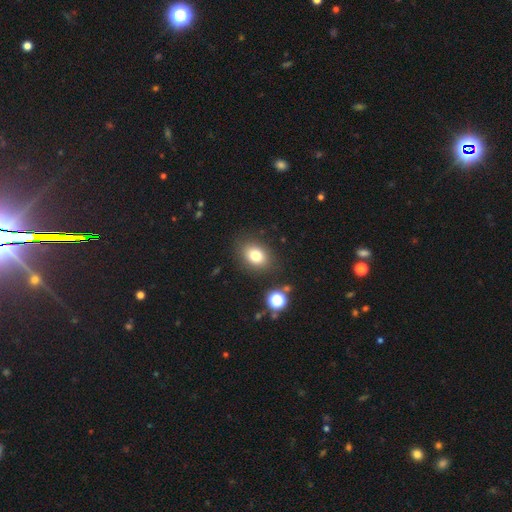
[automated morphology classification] Smooth or featured? smooth (79%)
How rounded? in between (62%)
Merging? none (84%)